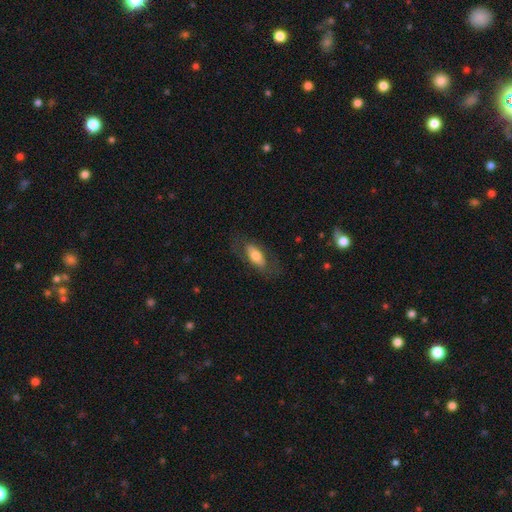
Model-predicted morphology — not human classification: smooth-or-featured: smooth: 64% | featured or disk: 29% | star or artifact: 6%
  how-rounded: in between: 78% | cigar-shaped: 19% | round: 3%
  merging: none: 71% | minor disturbance: 17% | major disturbance: 11% | merger: 1%